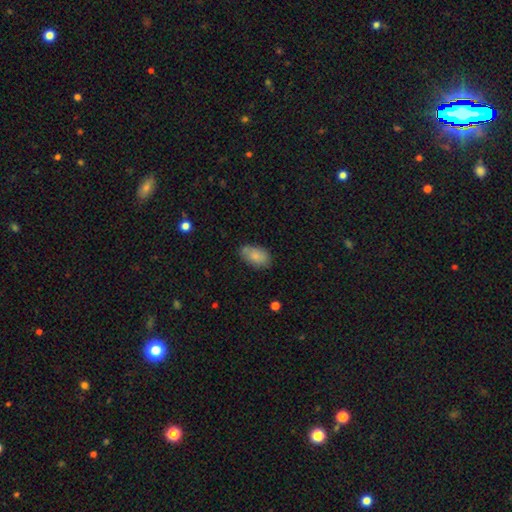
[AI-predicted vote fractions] Q: Smooth or featured?
A: smooth (83%); runner-up: featured or disk (10%)
Q: How rounded?
A: in between (93%); runner-up: round (5%)
Q: Merging?
A: none (73%); runner-up: minor disturbance (21%)